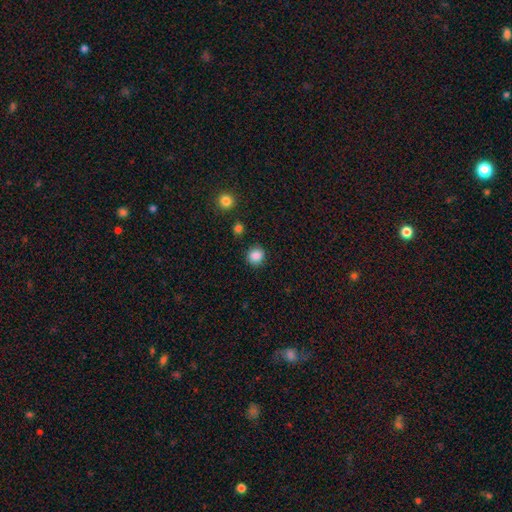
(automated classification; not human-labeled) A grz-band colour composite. It shows a smooth galaxy with no disk features (86%) that is round (85%). Merging: none (87%).